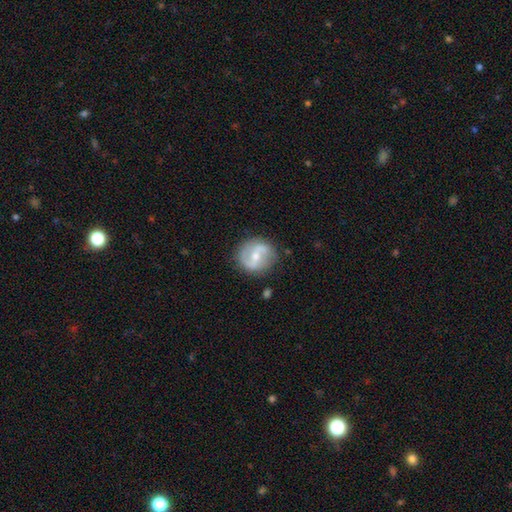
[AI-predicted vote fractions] Q: Smooth or featured?
A: featured or disk (72%); runner-up: smooth (22%)
Q: Edge-on disk?
A: no (97%); runner-up: yes (3%)
Q: Bar?
A: weak (47%); runner-up: strong (31%)
Q: Spiral arms?
A: yes (84%); runner-up: no (16%)
Q: Spiral winding?
A: medium (45%); runner-up: loose (34%)
Q: Spiral arm count?
A: 2 (88%); runner-up: can't tell (6%)
Q: Bulge size?
A: moderate (54%); runner-up: small (41%)
Q: Merging?
A: none (81%); runner-up: minor disturbance (13%)